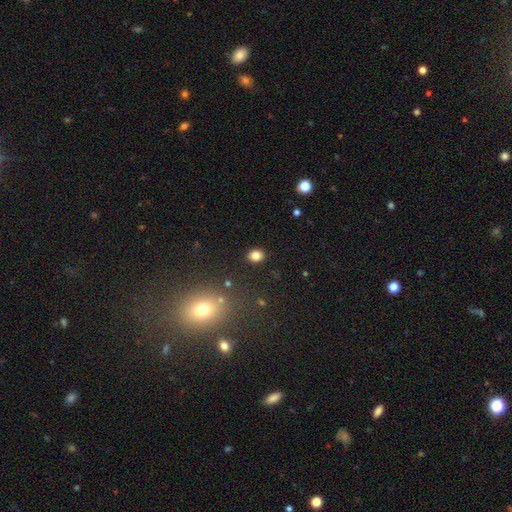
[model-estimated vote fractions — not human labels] This appears to be a smooth galaxy with no disk features (83%) that is round (52%). Merging: none (88%).